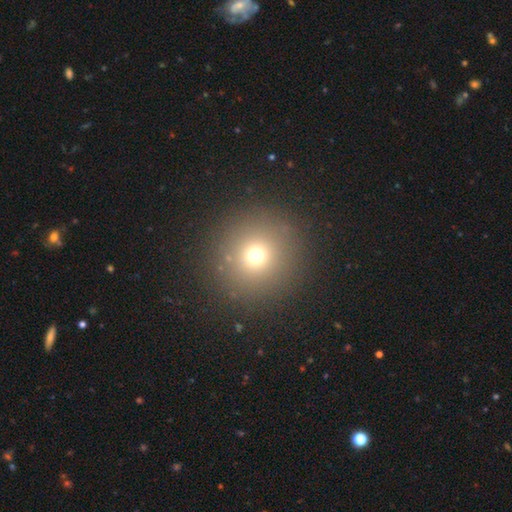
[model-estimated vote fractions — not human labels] A smooth galaxy with no disk features (69%) that is round (94%).

Vote fractions:
- Smooth or featured? smooth: 69% / star or artifact: 21% / featured or disk: 10%
- How rounded? round: 94% / in between: 5% / cigar-shaped: 1%
- Merging? none: 89% / minor disturbance: 6% / major disturbance: 3% / merger: 2%